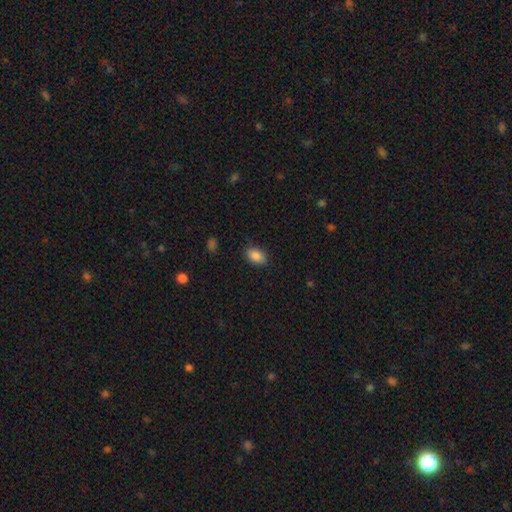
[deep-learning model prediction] Smooth or featured?
  - smooth: 88% *
  - star or artifact: 8%
  - featured or disk: 4%
How rounded?
  - in between: 90% *
  - round: 8%
  - cigar-shaped: 2%
Merging?
  - none: 85% *
  - minor disturbance: 11%
  - major disturbance: 3%
  - merger: 1%